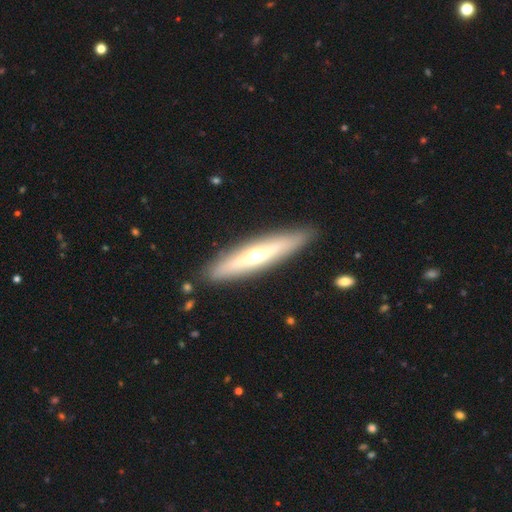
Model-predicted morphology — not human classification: This is likely a featured or disk galaxy (61%). It is likely viewed edge-on (79%). Merging: clearly none (88%).